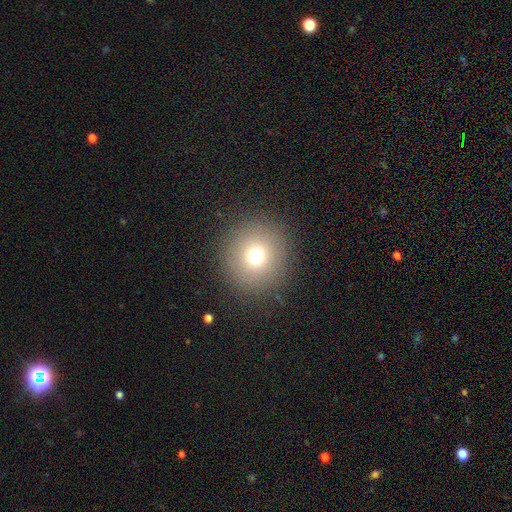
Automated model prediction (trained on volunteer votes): Smooth or featured: smooth — 71% (star or artifact — 18%)
How rounded: round — 93% (in between — 6%)
Merging: none — 92% (minor disturbance — 5%)